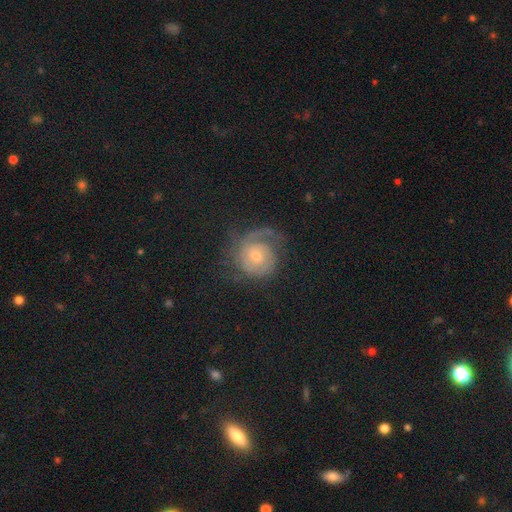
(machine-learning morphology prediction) Overall: featured or disk (70%). Edge-on disk: no (97%). Bar: no (76%). Spiral arms: yes (91%). Spiral arm count: 1 (32%; 2 31%). Spiral winding: tight (57%; medium 30%). Bulge size: small (49%; moderate 45%). Merging: none (63%).